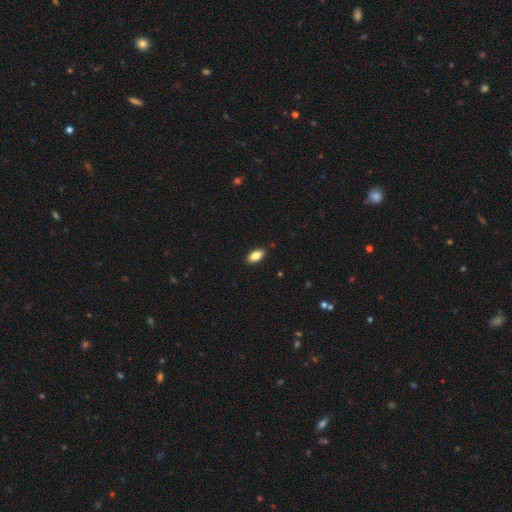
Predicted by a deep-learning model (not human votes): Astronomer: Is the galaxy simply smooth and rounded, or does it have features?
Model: smooth — 81%.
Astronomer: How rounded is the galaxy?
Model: in between — 89%.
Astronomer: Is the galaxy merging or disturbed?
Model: none — 90%.